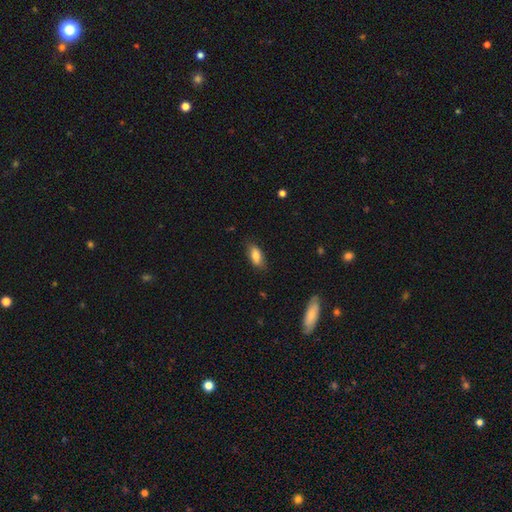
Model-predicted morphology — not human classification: This is clearly a smooth galaxy (83%). How rounded: clearly in between (86%). Merging: likely none (79%).